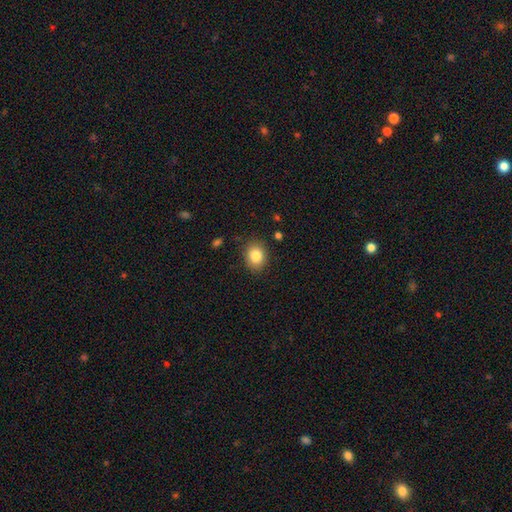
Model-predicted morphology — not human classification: type=smooth (84%); roundness=round (54%); merging=none (87%).